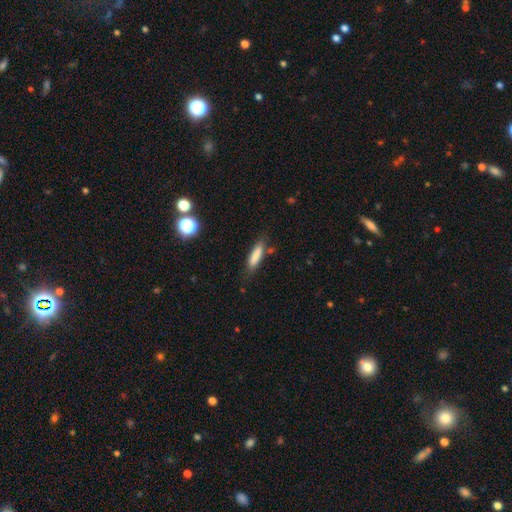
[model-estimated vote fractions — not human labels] smooth 81%, featured or disk 11%, star or artifact 8%. Down the decision tree: how rounded — cigar-shaped (66%); merging — none (76%).